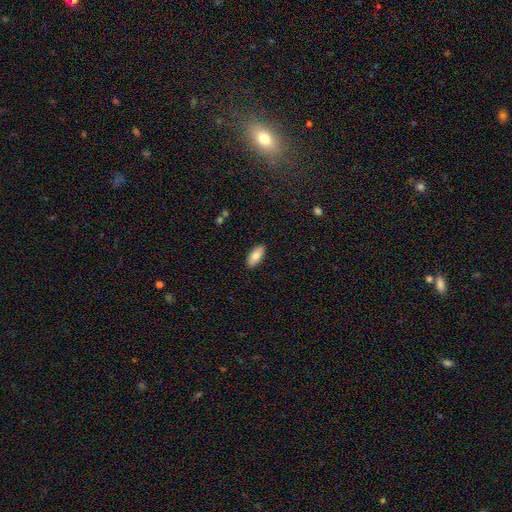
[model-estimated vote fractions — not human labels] Smooth or featured: smooth — 81% (featured or disk — 12%)
How rounded: in between — 89% (cigar-shaped — 9%)
Merging: none — 89% (minor disturbance — 9%)